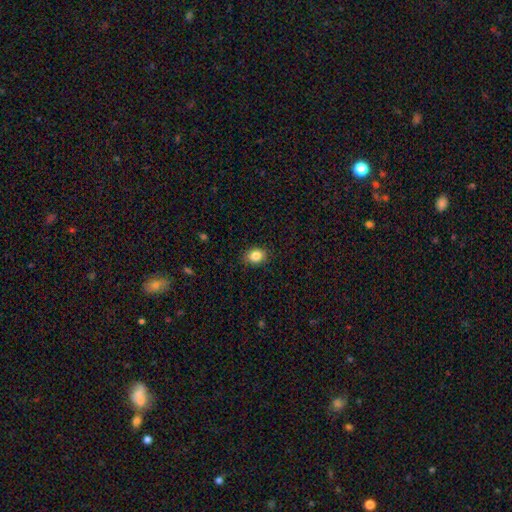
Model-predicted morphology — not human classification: type=smooth (85%); roundness=in between (62%); merging=none (87%).